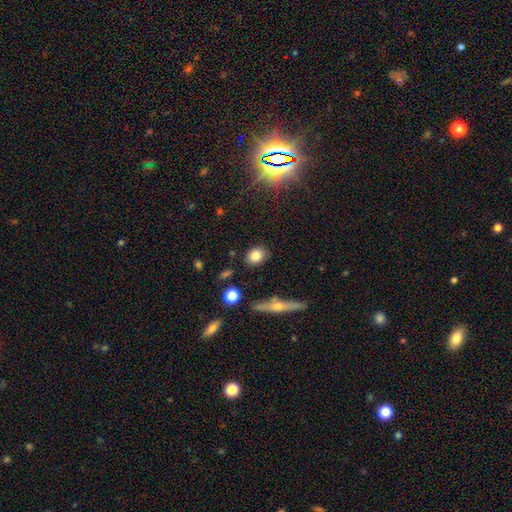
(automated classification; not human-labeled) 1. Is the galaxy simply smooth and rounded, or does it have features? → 81% smooth, 10% featured or disk, 9% star or artifact.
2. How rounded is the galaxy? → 52% in between, 45% round, 3% cigar-shaped.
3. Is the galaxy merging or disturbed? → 85% none, 10% minor disturbance, 3% merger, 2% major disturbance.